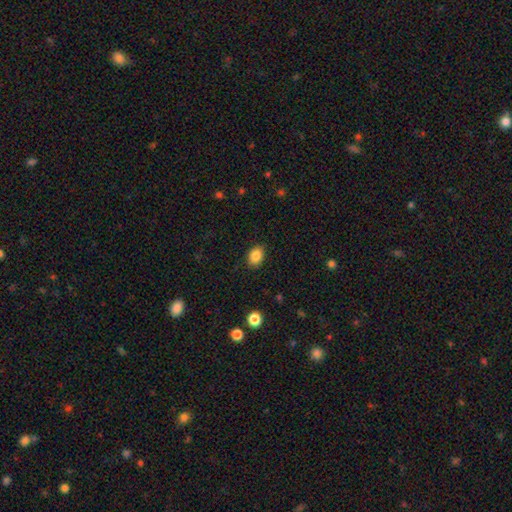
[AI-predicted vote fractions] smooth-or-featured: smooth: 86% | star or artifact: 9% | featured or disk: 5%
  how-rounded: in between: 73% | round: 26% | cigar-shaped: 1%
  merging: none: 87% | minor disturbance: 10% | major disturbance: 2% | merger: 1%